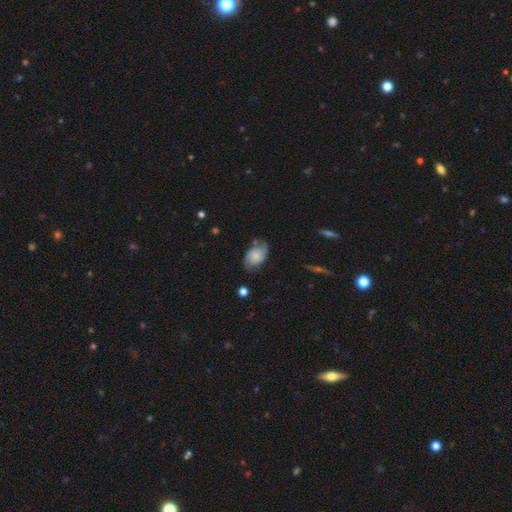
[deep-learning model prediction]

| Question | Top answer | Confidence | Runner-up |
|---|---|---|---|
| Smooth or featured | featured or disk | 47% | smooth (45%) |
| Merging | none | 63% | minor disturbance (26%) |